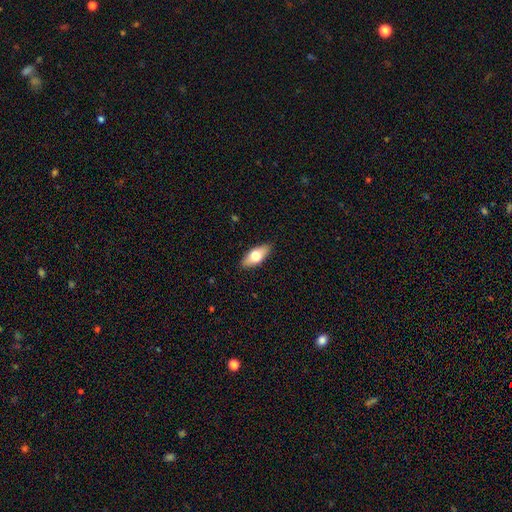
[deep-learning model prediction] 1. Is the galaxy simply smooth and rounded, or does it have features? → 64% smooth, 30% featured or disk, 6% star or artifact.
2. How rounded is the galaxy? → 82% in between, 14% cigar-shaped, 3% round.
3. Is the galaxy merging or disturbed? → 88% none, 9% minor disturbance, 2% major disturbance, 1% merger.